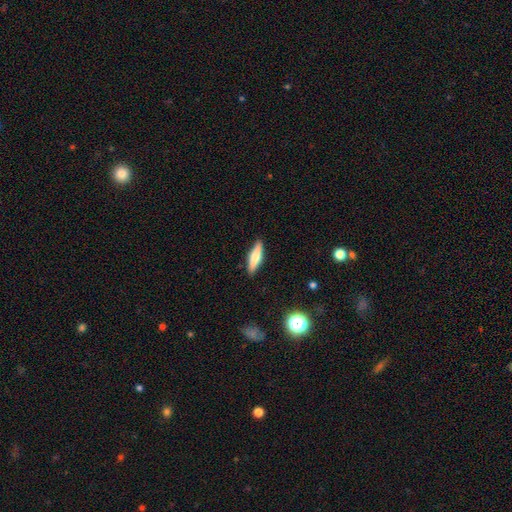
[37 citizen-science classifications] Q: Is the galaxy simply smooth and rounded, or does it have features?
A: smooth — 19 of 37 (51%).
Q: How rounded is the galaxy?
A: cigar-shaped — 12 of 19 (63%).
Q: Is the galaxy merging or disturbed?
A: none — 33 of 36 (92%).